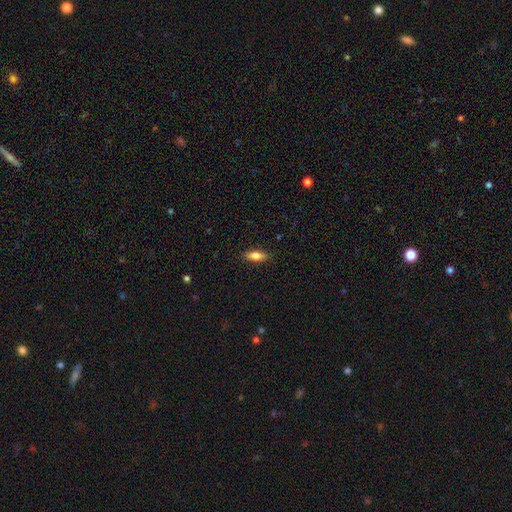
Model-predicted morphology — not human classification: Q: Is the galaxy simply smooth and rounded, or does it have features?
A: smooth — 78%.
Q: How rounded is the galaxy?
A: in between — 72%.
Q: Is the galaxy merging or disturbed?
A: none — 88%.